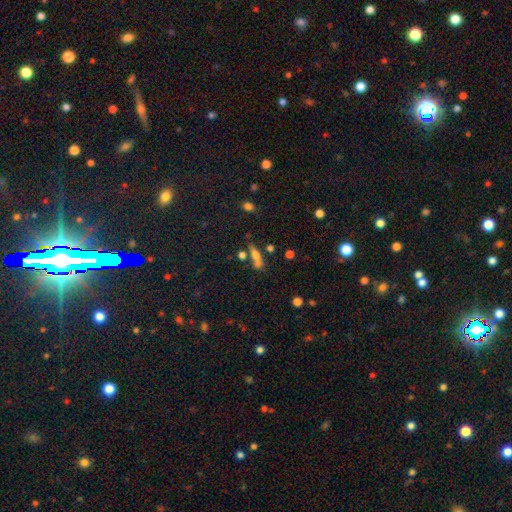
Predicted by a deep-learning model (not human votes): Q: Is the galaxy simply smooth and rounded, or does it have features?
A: smooth — 60%.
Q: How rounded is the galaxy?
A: cigar-shaped — 56%.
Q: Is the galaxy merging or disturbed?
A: none — 48%.